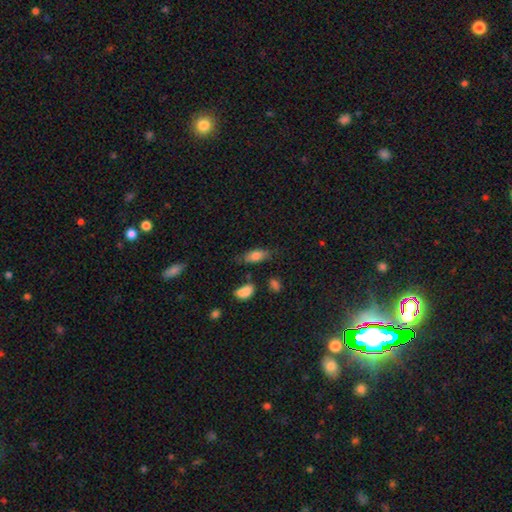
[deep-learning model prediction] A smooth galaxy with no disk features (76%) that is in between round and cigar-shaped (79%).

Vote fractions:
- Smooth or featured? smooth: 76% / featured or disk: 16% / star or artifact: 8%
- How rounded? in between: 79% / cigar-shaped: 17% / round: 4%
- Merging? none: 69% / minor disturbance: 21% / major disturbance: 6% / merger: 5%